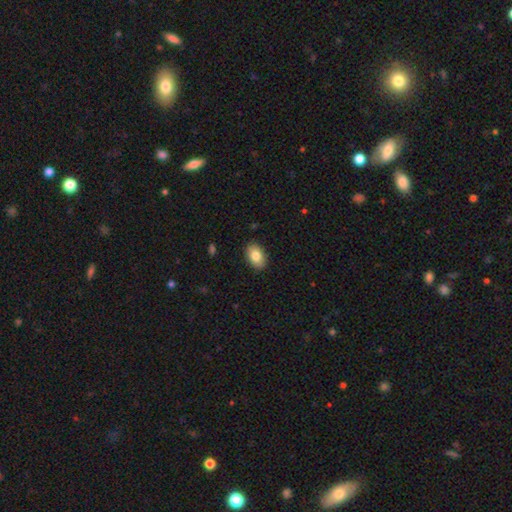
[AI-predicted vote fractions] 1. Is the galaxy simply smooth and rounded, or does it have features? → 83% smooth, 9% featured or disk, 7% star or artifact.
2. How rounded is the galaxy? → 88% in between, 11% round, 1% cigar-shaped.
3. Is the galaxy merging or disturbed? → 89% none, 8% minor disturbance, 2% major disturbance, 1% merger.